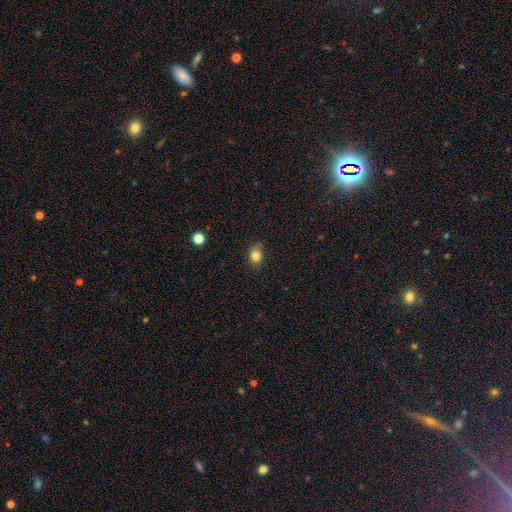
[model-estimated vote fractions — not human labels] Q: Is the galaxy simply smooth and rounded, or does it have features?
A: smooth — 82%.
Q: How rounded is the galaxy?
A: in between — 54%.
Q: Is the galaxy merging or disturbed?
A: none — 78%.